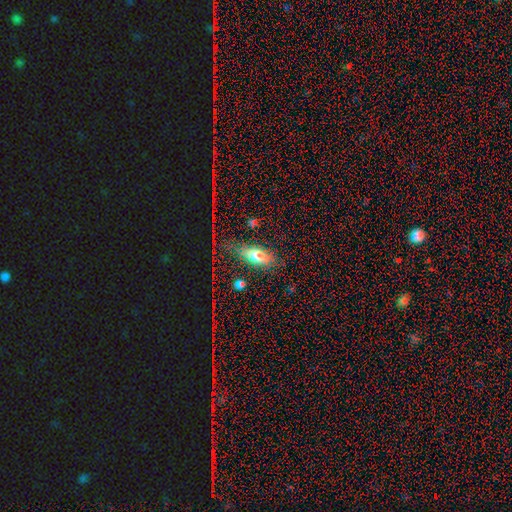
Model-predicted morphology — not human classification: This appears to be a smooth galaxy with no disk features (70%) that is in between round and cigar-shaped (77%). Merging: none (77%).